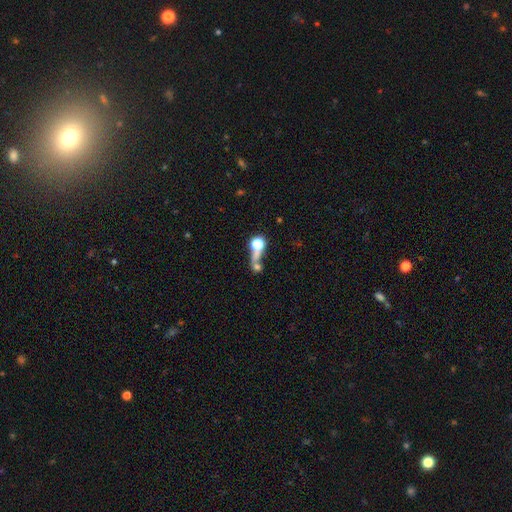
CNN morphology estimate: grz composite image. It shows a smooth galaxy with no disk features (56%) that is round (63%). Merging: merger (43%).